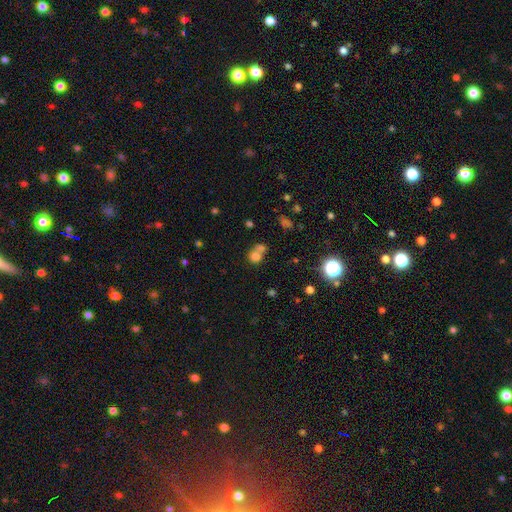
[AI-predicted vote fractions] The model was most divided on "merging": merger: 55%, none: 34%, minor disturbance: 7%, major disturbance: 4%. More confident: how rounded — round (74%); smooth or featured — smooth (72%).